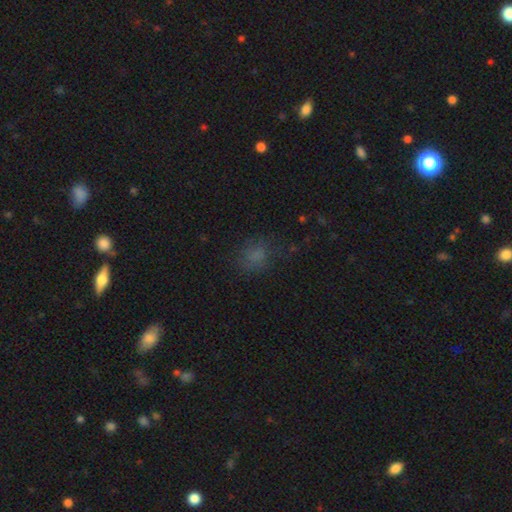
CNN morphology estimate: The model was most divided on "how rounded": round: 55%, in between: 44%, cigar-shaped: 1%. More confident: smooth or featured — smooth (70%); merging — none (66%).